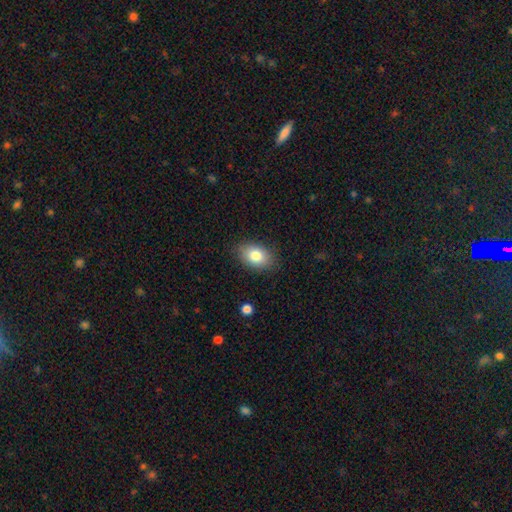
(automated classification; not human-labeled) smooth_or_featured: smooth (p=0.81) [alt: featured or disk p=0.11]
how_rounded: in between (p=0.84) [alt: round p=0.15]
merging: none (p=0.85) [alt: minor disturbance p=0.11]